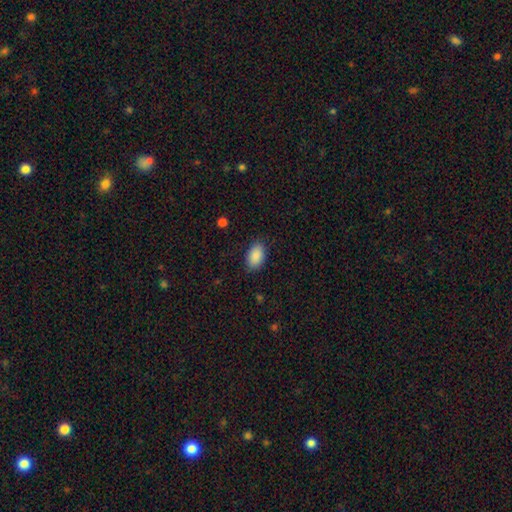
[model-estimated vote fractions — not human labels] Smooth or featured?
  - smooth: 90% *
  - star or artifact: 7%
  - featured or disk: 4%
How rounded?
  - in between: 93% *
  - round: 6%
  - cigar-shaped: 1%
Merging?
  - none: 85% *
  - minor disturbance: 11%
  - major disturbance: 3%
  - merger: 1%